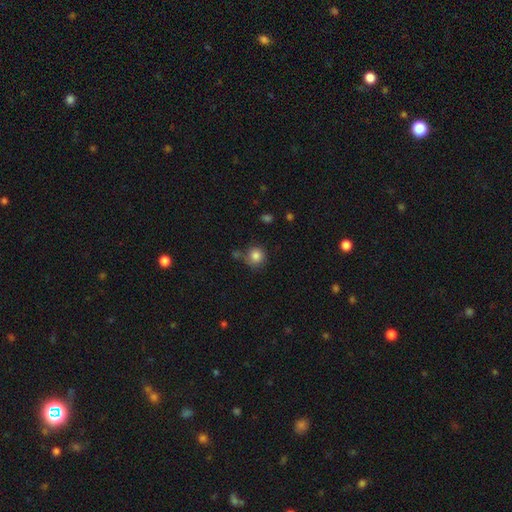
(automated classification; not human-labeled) A smooth galaxy with no disk features (84%) that is round (90%).

Vote fractions:
- Smooth or featured? smooth: 84% / star or artifact: 10% / featured or disk: 6%
- How rounded? round: 90% / in between: 9% / cigar-shaped: 1%
- Merging? none: 69% / minor disturbance: 16% / merger: 10% / major disturbance: 5%